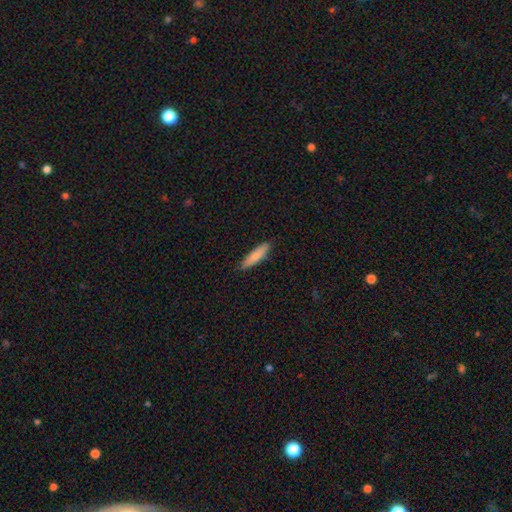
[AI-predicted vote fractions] Morphology: type=smooth (82%); roundness=cigar-shaped (76%); merging=none (87%).